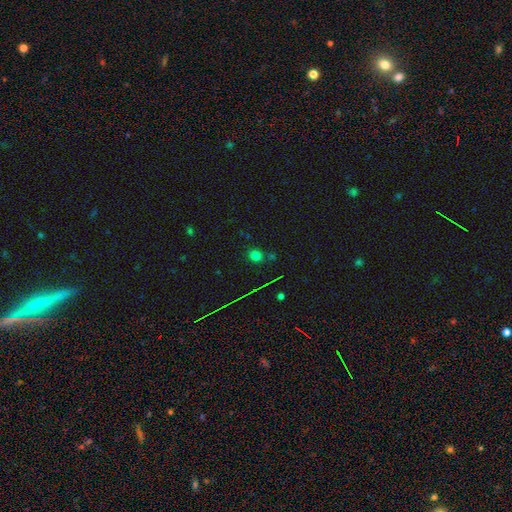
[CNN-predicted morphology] Overall: smooth (71%). How rounded: round (72%). Merging: none (74%).